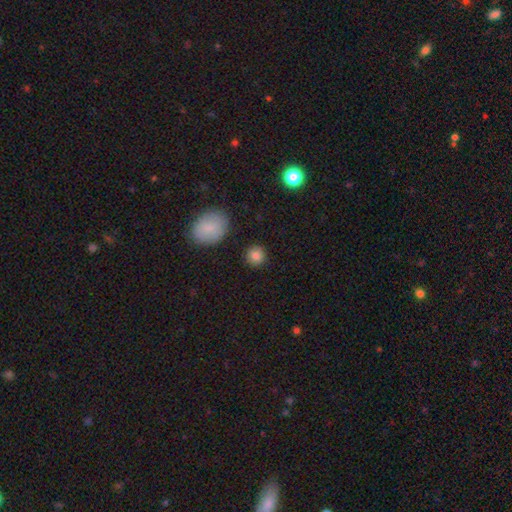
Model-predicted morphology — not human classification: Smooth or featured?
  - smooth: 84% *
  - star or artifact: 10%
  - featured or disk: 6%
How rounded?
  - round: 89% *
  - in between: 10%
  - cigar-shaped: 1%
Merging?
  - none: 88% *
  - minor disturbance: 7%
  - merger: 2%
  - major disturbance: 2%